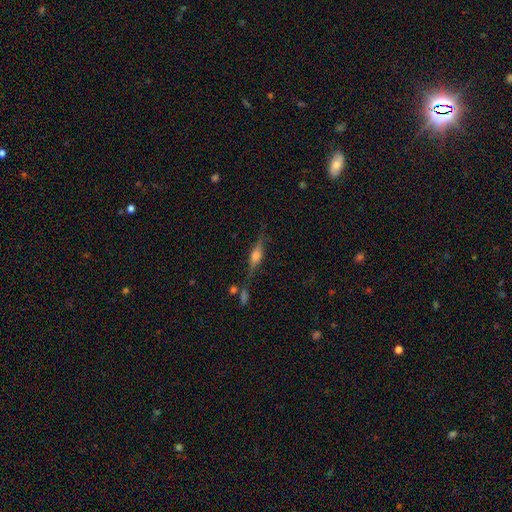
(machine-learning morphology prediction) Smooth or featured: featured or disk — 65% (smooth — 26%)
Edge-on disk: yes — 94% (no — 6%)
Edge-on bulge: rounded — 83% (boxy — 13%)
Merging: none — 73% (minor disturbance — 15%)